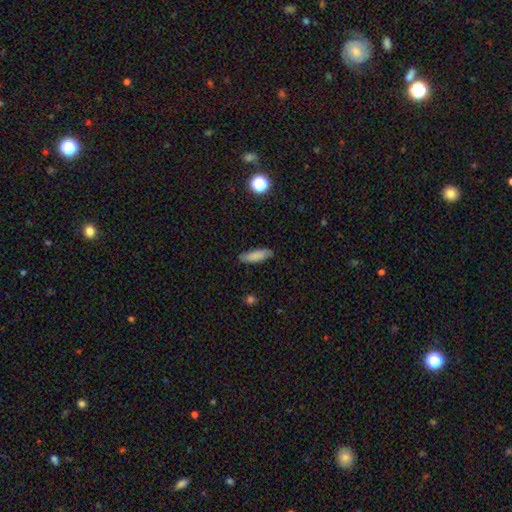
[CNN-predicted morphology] Smooth or featured? smooth (84%)
How rounded? cigar-shaped (50%)
Merging? none (84%)